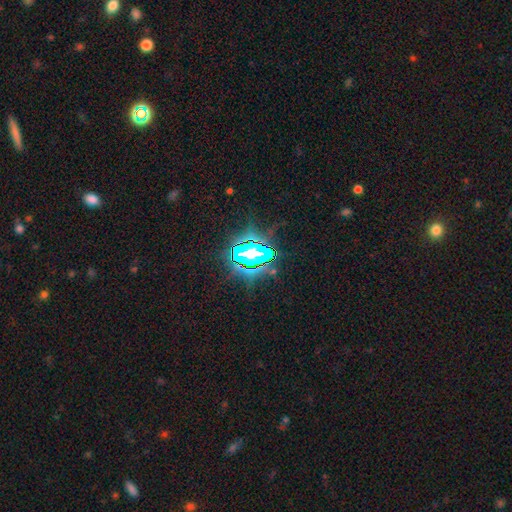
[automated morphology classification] star or artifact 73%, smooth 15%, featured or disk 12%.